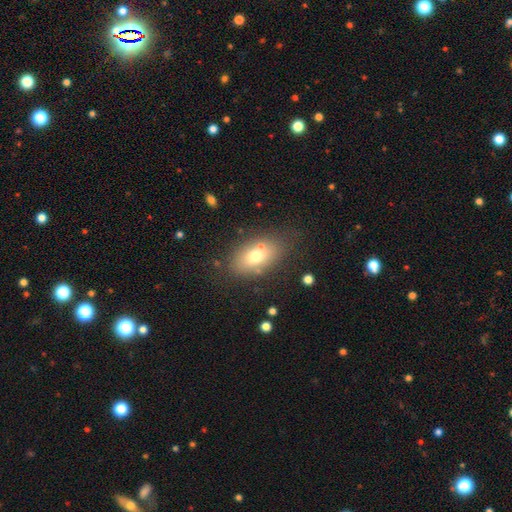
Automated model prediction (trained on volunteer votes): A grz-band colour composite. It shows a smooth galaxy with no disk features (69%) that is in between round and cigar-shaped (86%). Merging: none (70%).